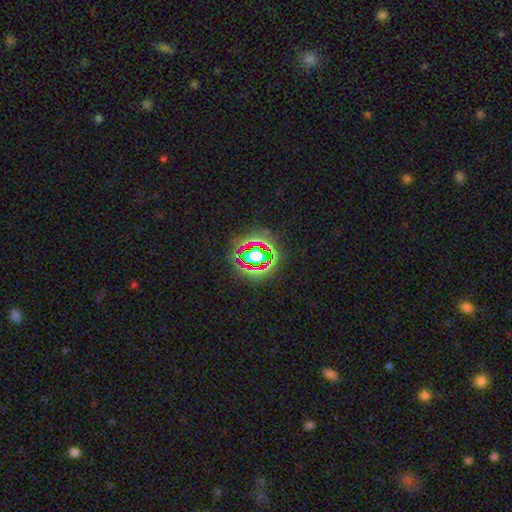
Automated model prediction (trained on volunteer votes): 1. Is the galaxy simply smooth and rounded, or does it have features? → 64% star or artifact, 20% smooth, 16% featured or disk.